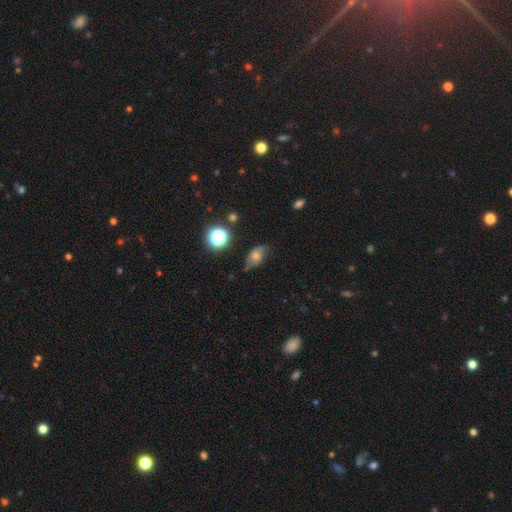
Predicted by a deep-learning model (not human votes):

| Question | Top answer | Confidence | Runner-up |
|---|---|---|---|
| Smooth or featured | smooth | 52% | featured or disk (34%) |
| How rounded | in between | 81% | round (15%) |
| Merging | none | 60% | minor disturbance (30%) |